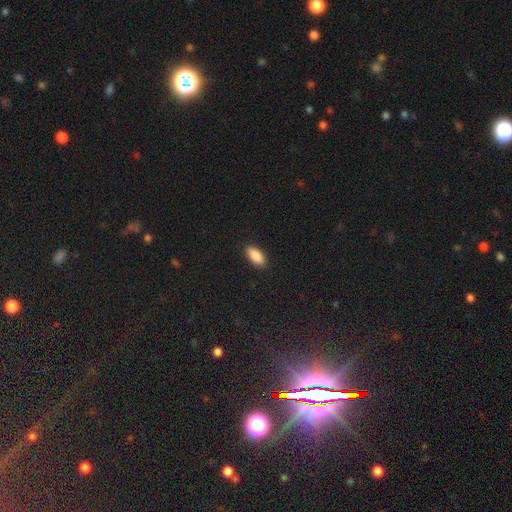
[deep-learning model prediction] Smooth or featured: smooth — 89% (star or artifact — 7%)
How rounded: in between — 89% (cigar-shaped — 9%)
Merging: none — 89% (minor disturbance — 8%)